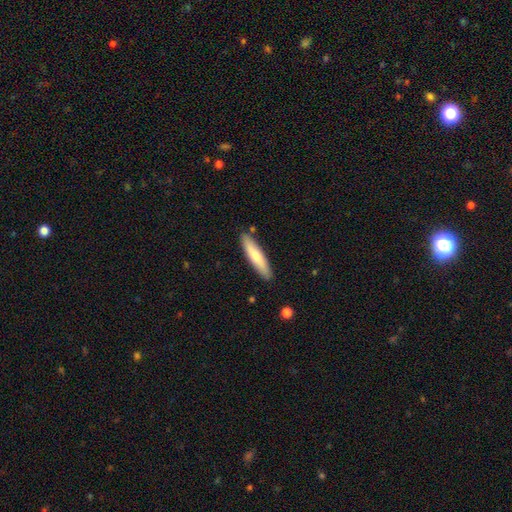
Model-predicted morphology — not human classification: Overall: smooth (67%; featured or disk 28%). How rounded: cigar-shaped (83%). Merging: none (87%).